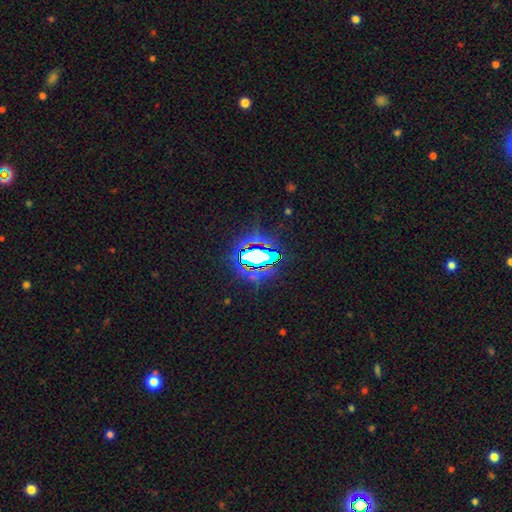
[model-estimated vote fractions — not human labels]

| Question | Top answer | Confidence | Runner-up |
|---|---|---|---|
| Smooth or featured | star or artifact | 69% | smooth (17%) |